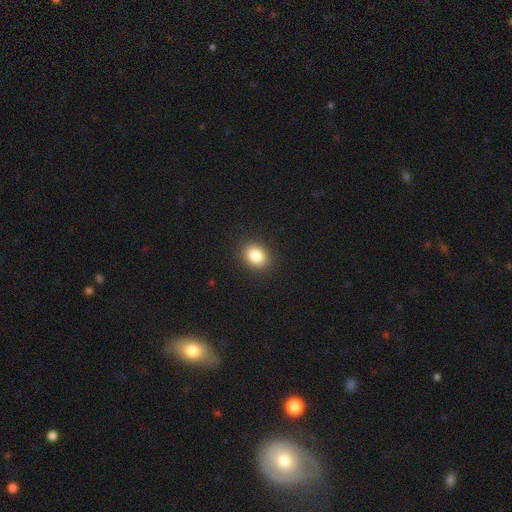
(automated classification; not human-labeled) Morphology: type=smooth (85%); roundness=in between (57%); merging=none (89%).